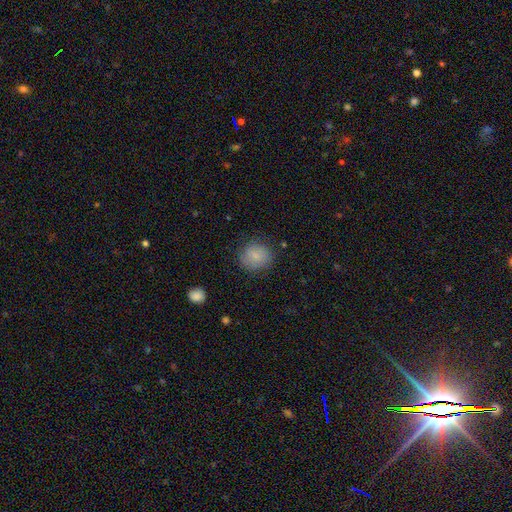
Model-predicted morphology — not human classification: Smooth or featured: smooth — 84% (star or artifact — 8%)
How rounded: round — 77% (in between — 22%)
Merging: none — 81% (minor disturbance — 14%)